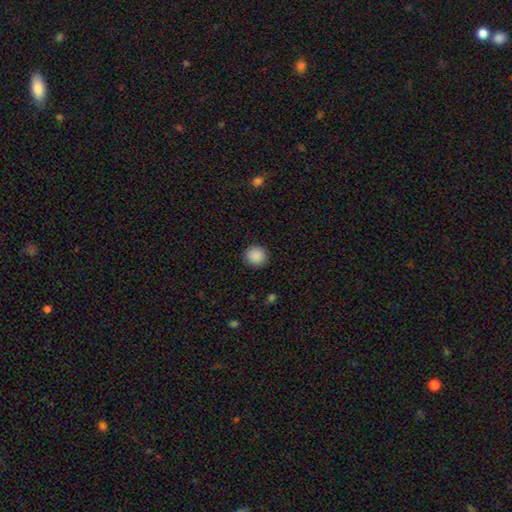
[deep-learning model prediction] Smooth or featured: smooth — 89% (star or artifact — 8%)
How rounded: round — 93% (in between — 6%)
Merging: none — 91% (minor disturbance — 6%)